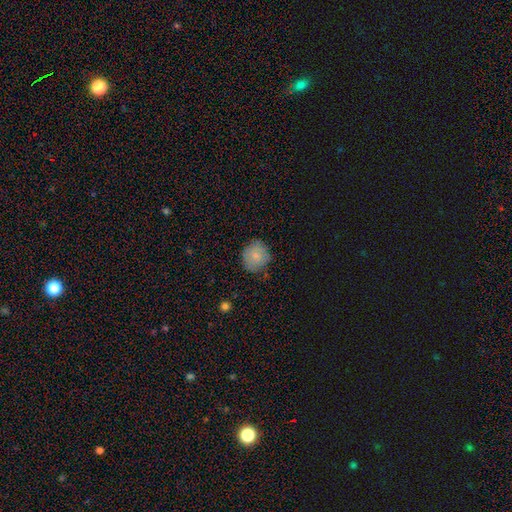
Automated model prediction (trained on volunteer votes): A smooth galaxy with no disk features (83%) that is round (87%).

Vote fractions:
- Smooth or featured? smooth: 83% / featured or disk: 9% / star or artifact: 8%
- How rounded? round: 87% / in between: 12% / cigar-shaped: 1%
- Merging? none: 81% / minor disturbance: 15% / major disturbance: 3% / merger: 1%